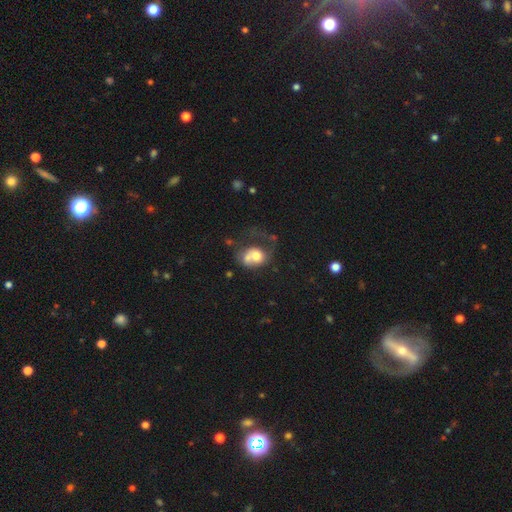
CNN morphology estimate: Smooth or featured?
  - smooth: 58% *
  - featured or disk: 33%
  - star or artifact: 9%
How rounded?
  - round: 49% * (tied)
  - in between: 49% * (tied)
  - cigar-shaped: 1%
Merging?
  - merger: 32% *
  - major disturbance: 29%
  - none: 23%
  - minor disturbance: 16%